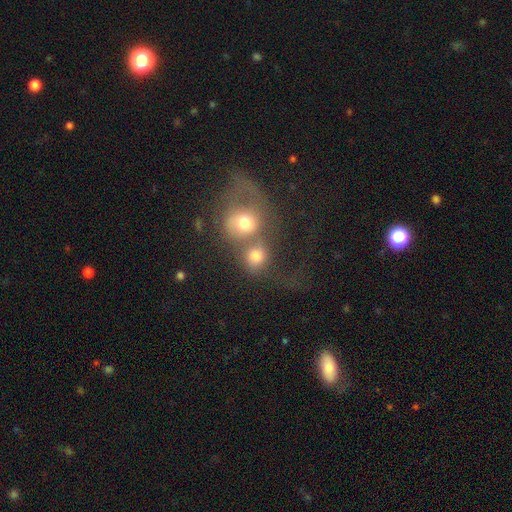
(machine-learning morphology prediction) smooth_or_featured: smooth (p=0.72) [alt: featured or disk p=0.16]
how_rounded: round (p=0.76) [alt: in between p=0.23]
merging: merger (p=0.64) [alt: none p=0.22]